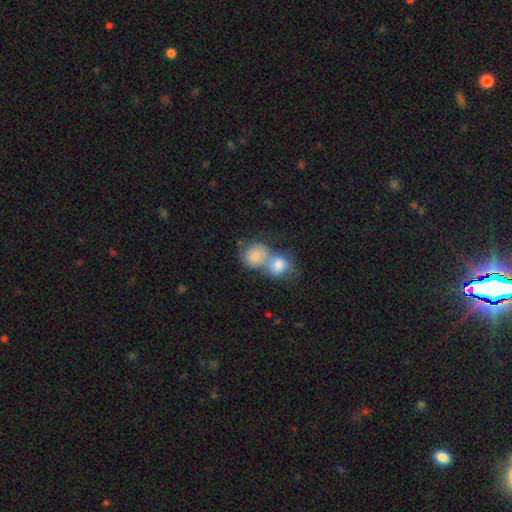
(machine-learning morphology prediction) The model was most divided on "merging": merger: 65%, none: 24%, minor disturbance: 7%, major disturbance: 4%. More confident: smooth or featured — smooth (77%); how rounded — round (76%).